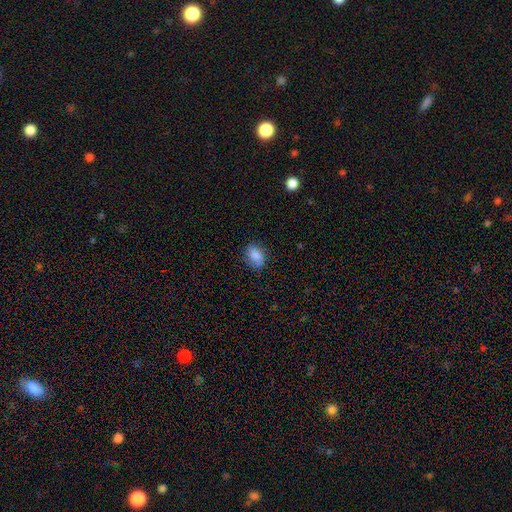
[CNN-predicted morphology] smooth 85%, star or artifact 8%, featured or disk 7%. Down the decision tree: how rounded — in between (78%); merging — none (78%).